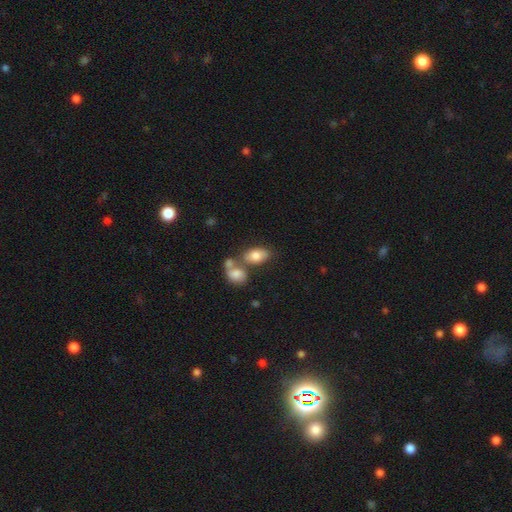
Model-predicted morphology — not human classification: A smooth galaxy with no disk features (79%) that is in between round and cigar-shaped (89%). Merging: none (48%).